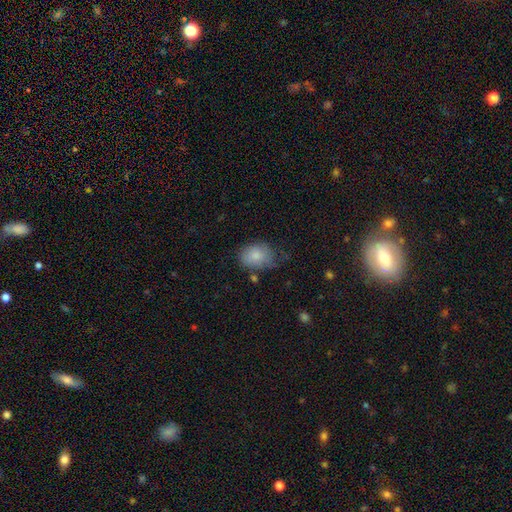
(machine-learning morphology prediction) Q: Smooth or featured?
A: smooth (81%); runner-up: featured or disk (11%)
Q: How rounded?
A: in between (67%); runner-up: round (32%)
Q: Merging?
A: none (51%); runner-up: minor disturbance (33%)